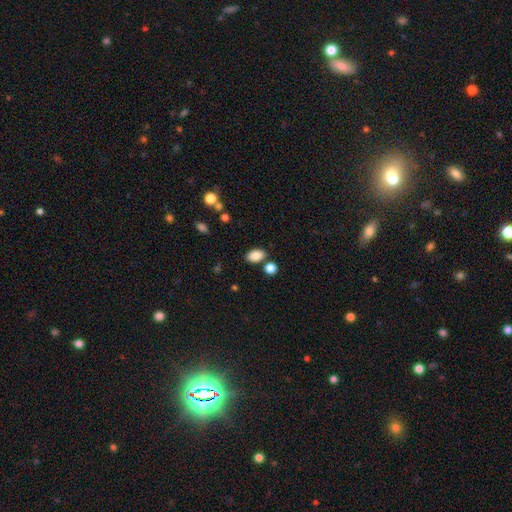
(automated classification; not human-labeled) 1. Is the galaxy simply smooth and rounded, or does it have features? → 86% smooth, 9% star or artifact, 5% featured or disk.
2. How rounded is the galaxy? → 88% in between, 10% round, 1% cigar-shaped.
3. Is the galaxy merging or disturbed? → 78% none, 10% minor disturbance, 8% merger, 3% major disturbance.